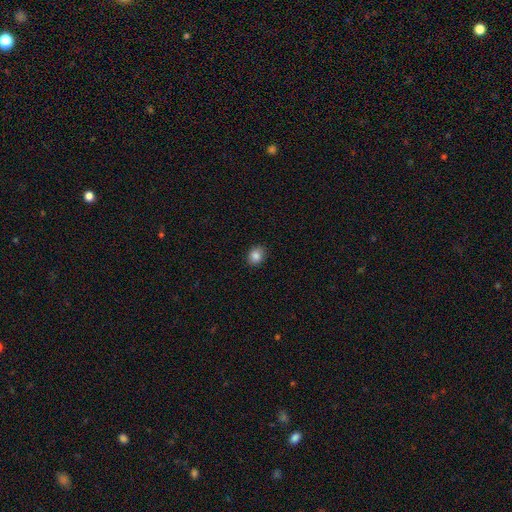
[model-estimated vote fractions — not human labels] Smooth or featured: smooth — 85% (star or artifact — 10%)
How rounded: round — 54% (in between — 45%)
Merging: none — 88% (minor disturbance — 9%)